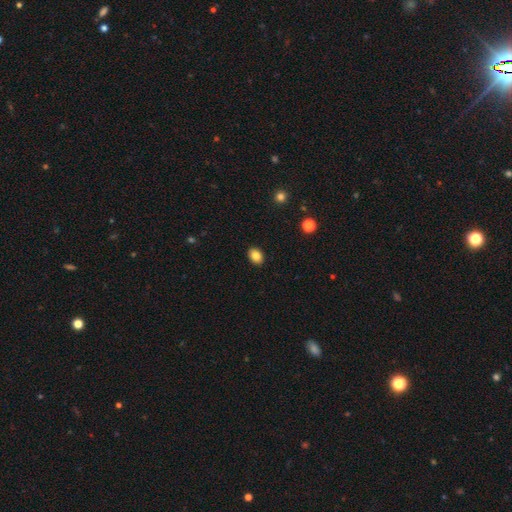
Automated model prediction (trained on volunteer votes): Morphology: type=smooth (84%); roundness=in between (67%); merging=none (90%).